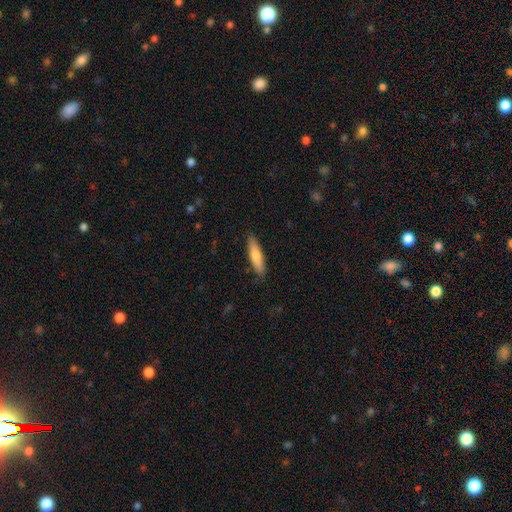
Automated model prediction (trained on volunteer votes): Smooth or featured?
  - smooth: 71% *
  - featured or disk: 24%
  - star or artifact: 6%
How rounded?
  - cigar-shaped: 80% *
  - in between: 19%
  - round: 1%
Merging?
  - none: 88% *
  - minor disturbance: 9%
  - major disturbance: 2%
  - merger: 1%